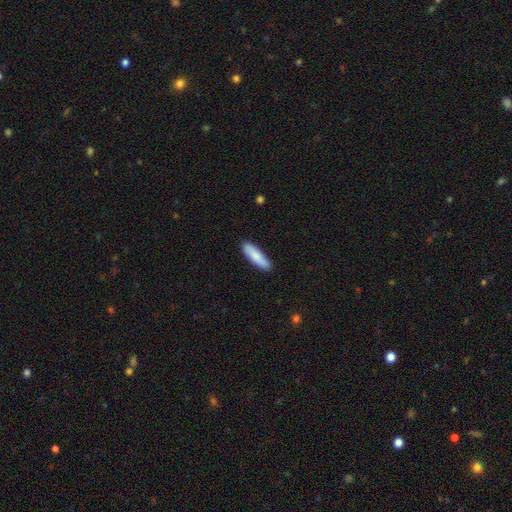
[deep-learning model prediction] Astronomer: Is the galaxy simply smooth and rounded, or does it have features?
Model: smooth — 83%.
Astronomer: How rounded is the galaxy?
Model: cigar-shaped — 67%.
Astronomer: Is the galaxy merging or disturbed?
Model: none — 88%.